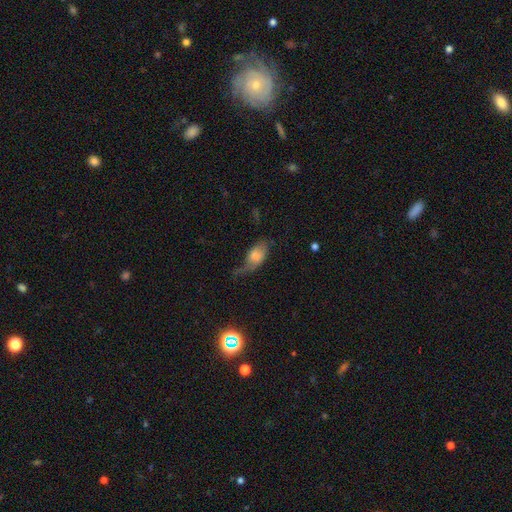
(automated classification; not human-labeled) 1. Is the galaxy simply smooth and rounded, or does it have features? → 64% smooth, 27% featured or disk, 9% star or artifact.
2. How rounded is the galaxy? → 89% in between, 6% cigar-shaped, 5% round.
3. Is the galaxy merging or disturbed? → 40% major disturbance, 33% minor disturbance, 23% none, 5% merger.